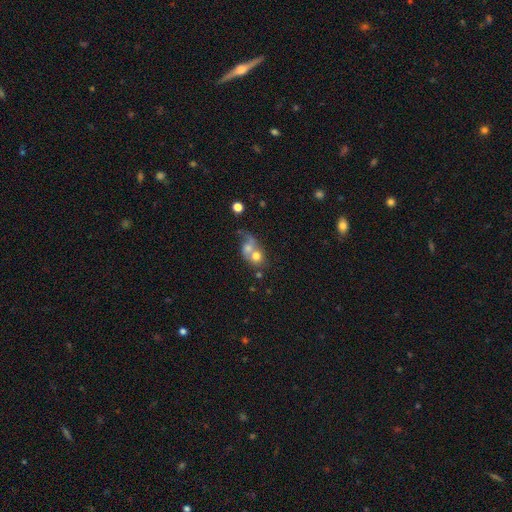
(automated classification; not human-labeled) smooth 56%, featured or disk 33%, star or artifact 11%. Down the decision tree: how rounded — round (62%); merging — merger (67%).